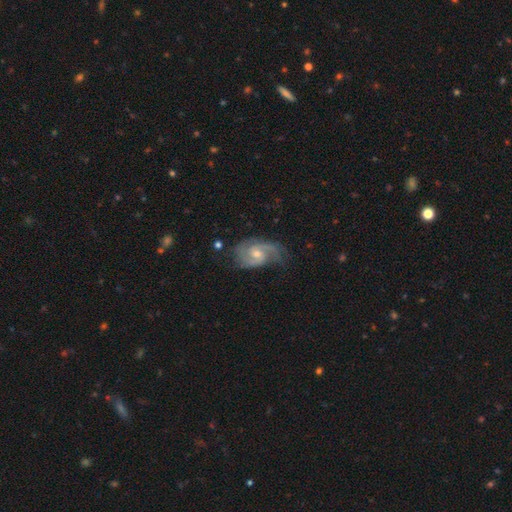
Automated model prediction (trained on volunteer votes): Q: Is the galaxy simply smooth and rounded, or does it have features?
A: featured or disk — 78%.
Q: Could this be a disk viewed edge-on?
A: no — 96%.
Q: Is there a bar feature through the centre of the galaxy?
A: no — 54%.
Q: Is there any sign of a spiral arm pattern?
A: yes — 95%.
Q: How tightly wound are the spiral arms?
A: medium — 48%.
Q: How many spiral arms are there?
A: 2 — 70%.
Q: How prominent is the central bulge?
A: moderate — 55%.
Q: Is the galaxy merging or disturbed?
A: none — 67%.